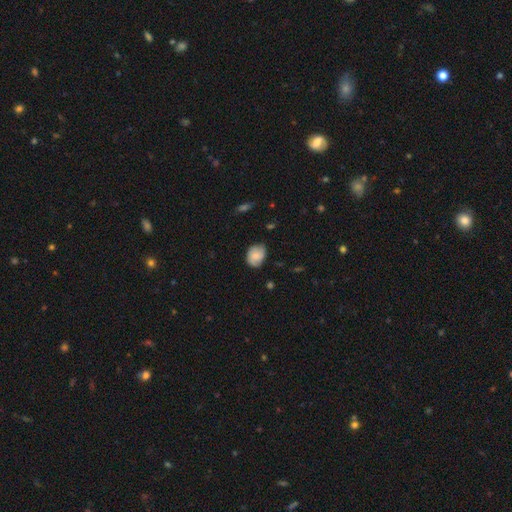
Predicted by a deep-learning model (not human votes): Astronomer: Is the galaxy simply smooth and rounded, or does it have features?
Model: smooth — 73%.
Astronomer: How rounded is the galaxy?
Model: in between — 54% (runner-up: round, 45%).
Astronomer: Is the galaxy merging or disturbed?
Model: none — 69%.